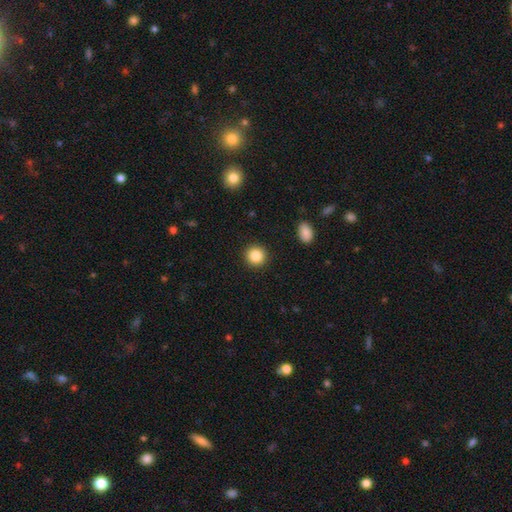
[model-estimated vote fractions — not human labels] This appears to be a smooth galaxy with no disk features (86%) that is round (93%). Merging: none (92%).